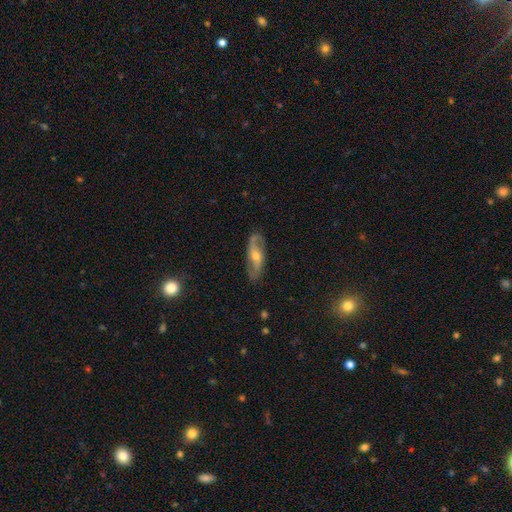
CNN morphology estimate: smooth-or-featured: featured or disk: 78% | smooth: 15% | star or artifact: 6%
  disk-edge-on: no: 87% | yes: 13%
    bar: no: 44% | weak: 38% | strong: 18%
    has-spiral-arms: yes: 91% | no: 9%
      spiral-winding: loose: 45% | medium: 39% | tight: 16%
      spiral-arm-count: 2: 89% | can't tell: 6% | 1: 2% | 3: 1% | 4: 1% | more than 4: 1%
    bulge-size: moderate: 58% | small: 36% | large: 3% | none: 2% | dominant: 1%
  merging: none: 81% | minor disturbance: 14% | major disturbance: 4% | merger: 1%